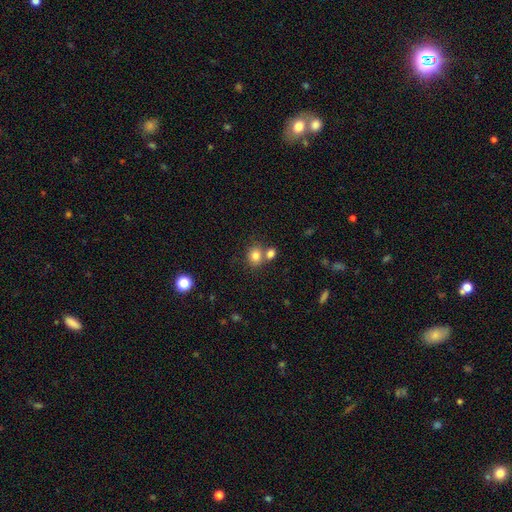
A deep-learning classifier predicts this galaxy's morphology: A smooth galaxy with no disk features (81%) that is round (70%). Merging: none (55%).